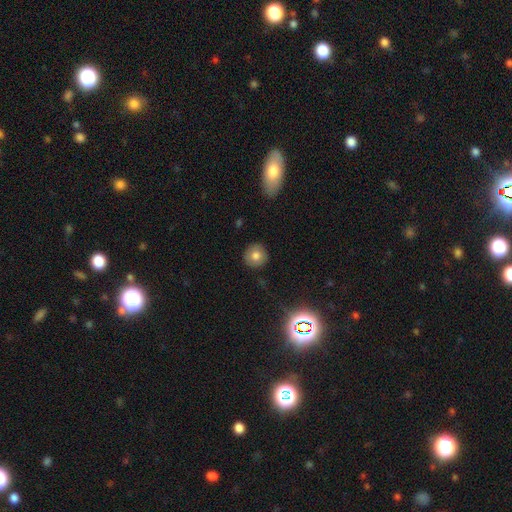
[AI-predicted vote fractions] This appears to be a smooth galaxy with no disk features (76%) that is round (93%). Merging: none (89%).